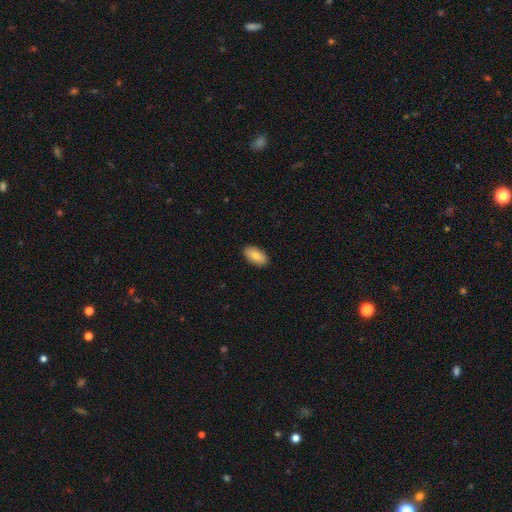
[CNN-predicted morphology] smooth 83%, featured or disk 11%, star or artifact 6%. Down the decision tree: how rounded — in between (94%); merging — none (90%).